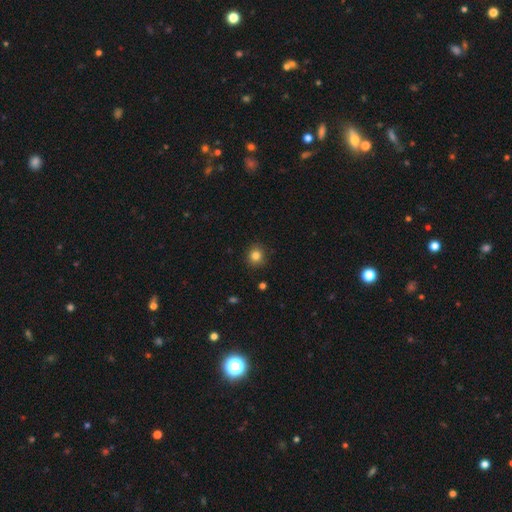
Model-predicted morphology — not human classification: Overall: smooth (83%). How rounded: round (87%). Merging: none (89%).